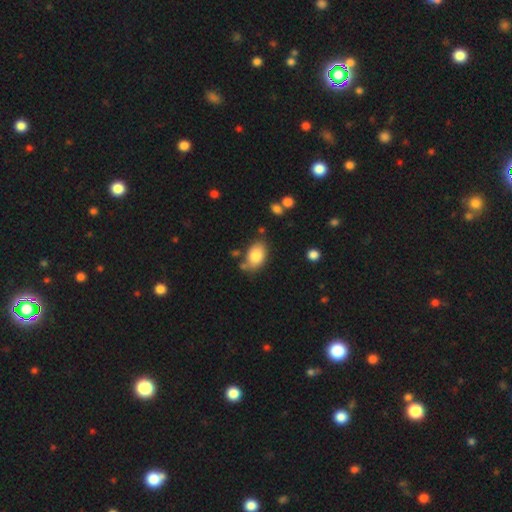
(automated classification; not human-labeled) smooth_or_featured: smooth (p=0.82) [alt: featured or disk p=0.11]
how_rounded: in between (p=0.87) [alt: round p=0.11]
merging: none (p=0.67) [alt: minor disturbance p=0.19]